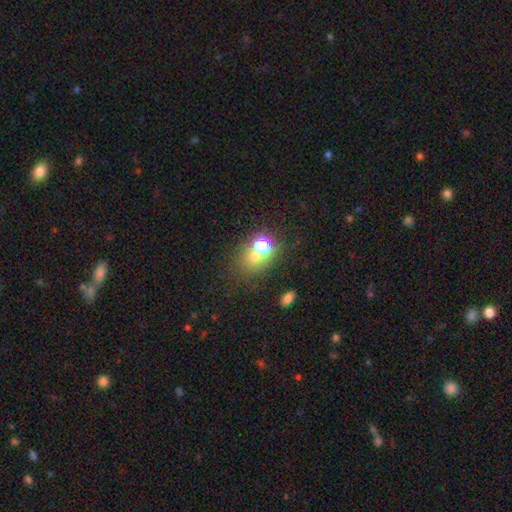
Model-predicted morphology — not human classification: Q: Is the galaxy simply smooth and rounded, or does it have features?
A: smooth — 60%.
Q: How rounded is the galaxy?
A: round — 60%.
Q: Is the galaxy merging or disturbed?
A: none — 47%.